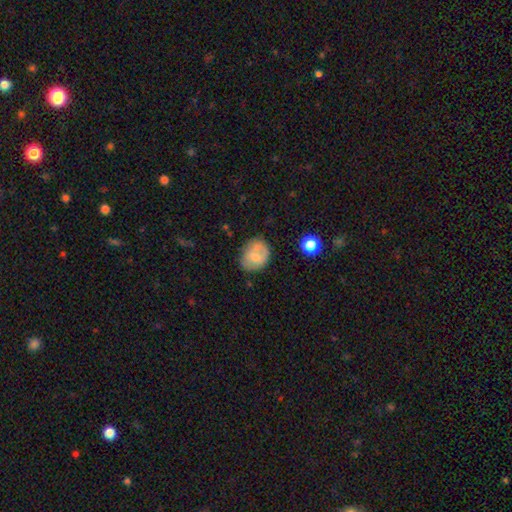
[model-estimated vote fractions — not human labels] Overall: smooth (64%; featured or disk 28%). How rounded: in between (57%; round 42%). Merging: none (61%; minor disturbance 25%).